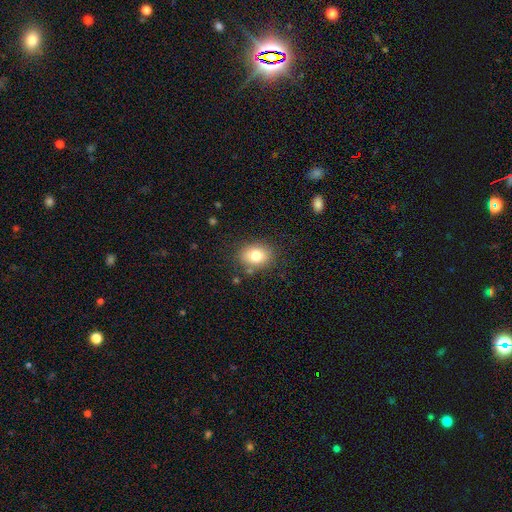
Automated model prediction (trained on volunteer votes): smooth 81%, star or artifact 10%, featured or disk 9%. Down the decision tree: how rounded — in between (59%); merging — none (82%).